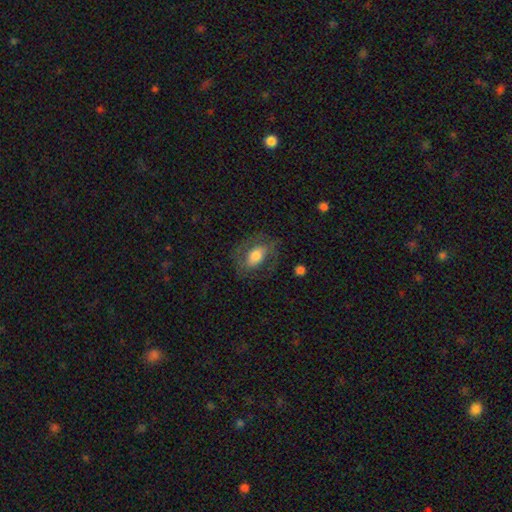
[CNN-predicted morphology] Smooth or featured? Predicted: smooth (p=0.51). How rounded? Predicted: in between (p=0.82). Merging? Predicted: none (p=0.65).